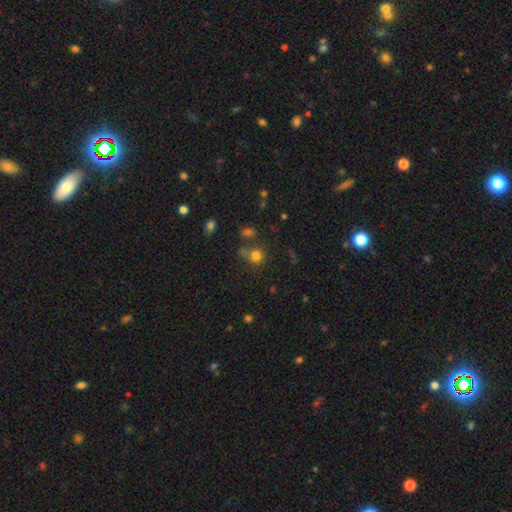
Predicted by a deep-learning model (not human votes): smooth 77%, star or artifact 16%, featured or disk 8%. Down the decision tree: how rounded — round (83%); merging — none (60%).